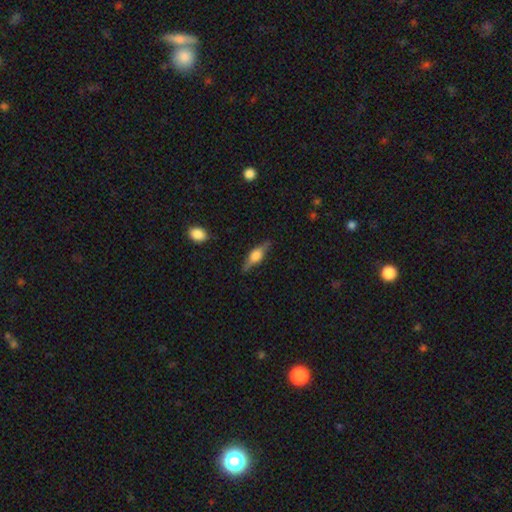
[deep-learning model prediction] A featured or disk galaxy (58%) viewed edge-on (93%) with a rounded central bulge (86%). Merging: none (81%).